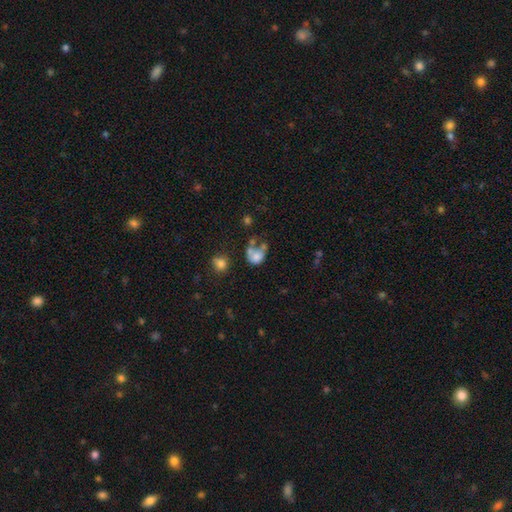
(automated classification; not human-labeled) Smooth or featured? smooth (66%)
How rounded? round (51%)
Merging? merger (36%)